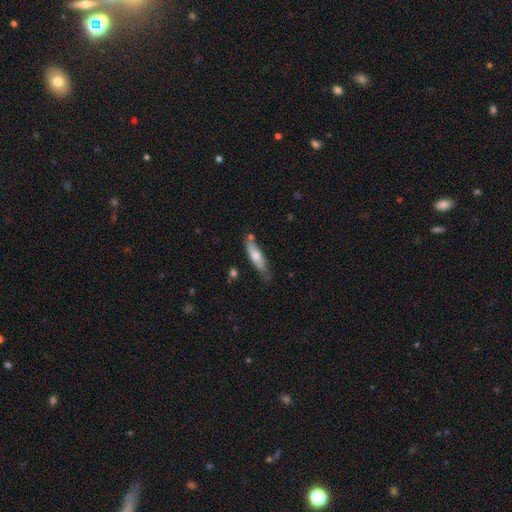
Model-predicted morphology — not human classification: This appears to be a smooth galaxy with no disk features (65%) that is cigar-shaped (68%). Merging: none (67%).